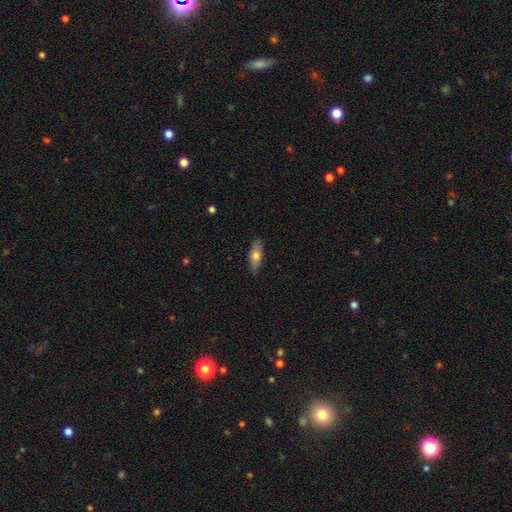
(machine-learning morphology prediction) This is likely a smooth galaxy (67%). How rounded: likely in between (70%). Merging: clearly none (84%).